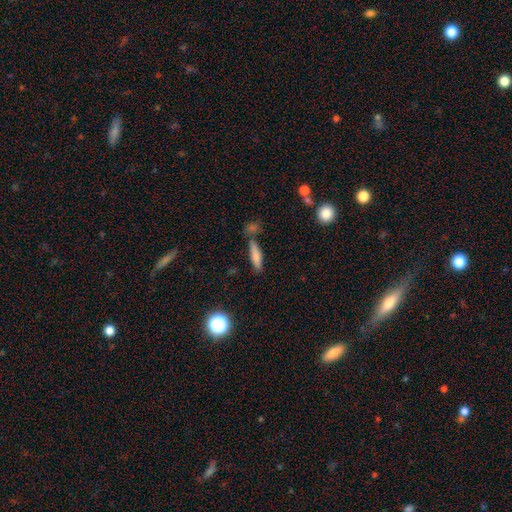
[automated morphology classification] type=smooth (76%); roundness=cigar-shaped (71%); merging=none (67%).